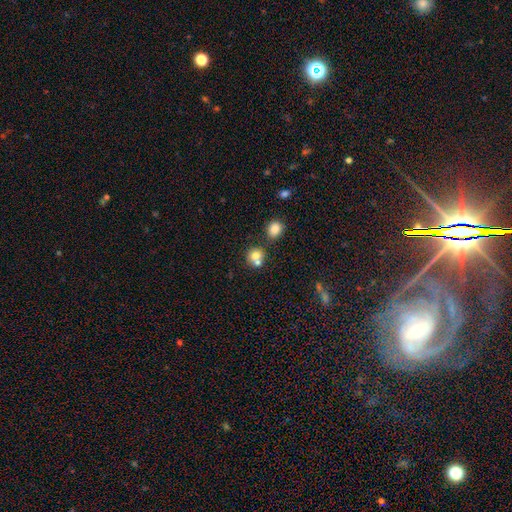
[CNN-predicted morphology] The model was most divided on "merging": none: 48%, merger: 40%, minor disturbance: 9%, major disturbance: 3%. More confident: how rounded — round (83%); smooth or featured — smooth (76%).